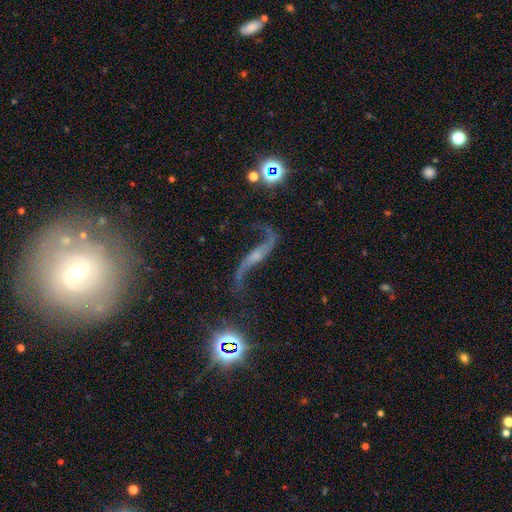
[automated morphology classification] Overall: featured or disk (83%). Edge-on disk: no (88%). Bar: no (45%; weak 33%). Spiral arms: yes (96%). Spiral arm count: 2 (94%). Spiral winding: loose (94%). Bulge size: small (53%; moderate 24%). Merging: none (68%).